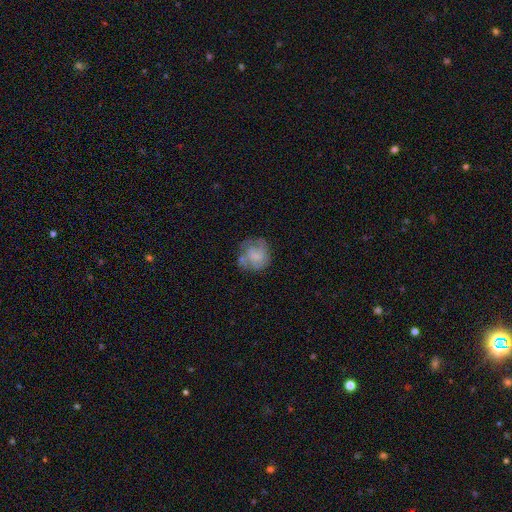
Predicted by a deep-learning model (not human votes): A featured or disk galaxy (51%). Merging: none (56%).